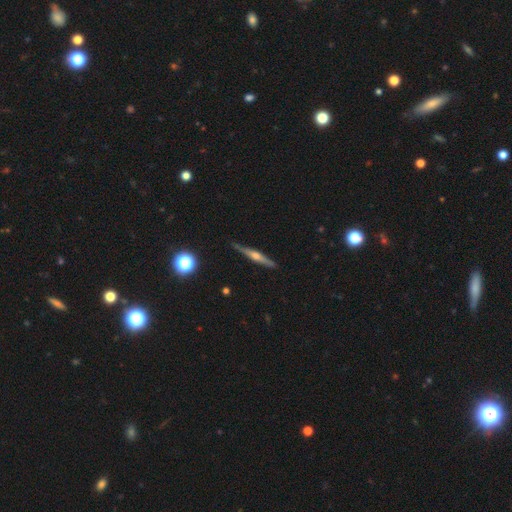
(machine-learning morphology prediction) The model was most divided on "smooth or featured": featured or disk: 74%, smooth: 19%, star or artifact: 7%. More confident: edge-on disk — yes (97%); merging — none (88%); edge-on bulge — rounded (87%).